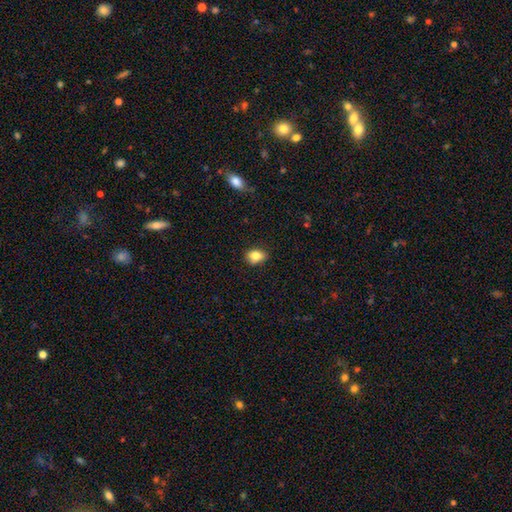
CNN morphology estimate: type=smooth (83%); roundness=in between (72%); merging=none (78%).